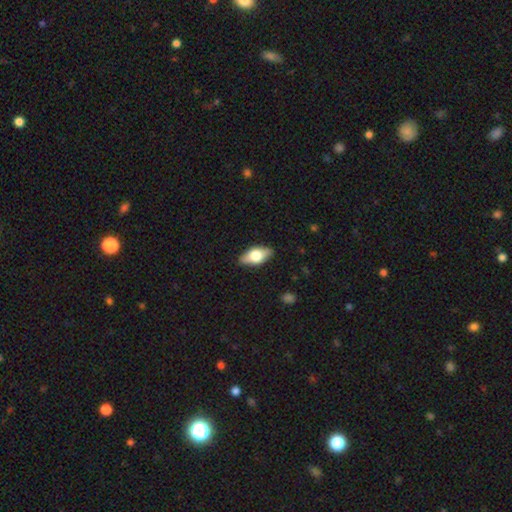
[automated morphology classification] This is likely a smooth galaxy (61%). How rounded: clearly in between (86%). Merging: clearly none (86%).